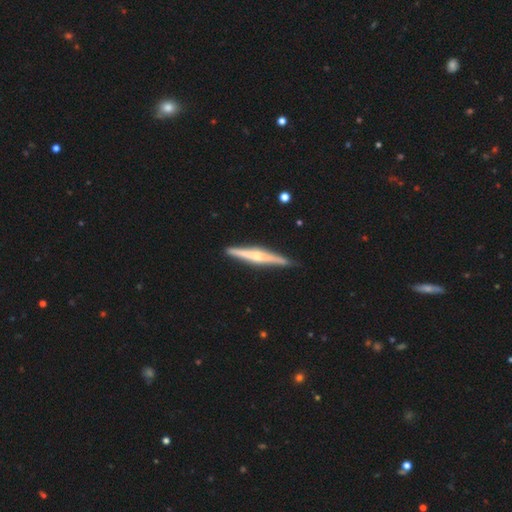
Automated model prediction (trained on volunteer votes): Overall: featured or disk (74%). Edge-on disk: yes (98%). Edge-on bulge: rounded (80%). Merging: none (88%).